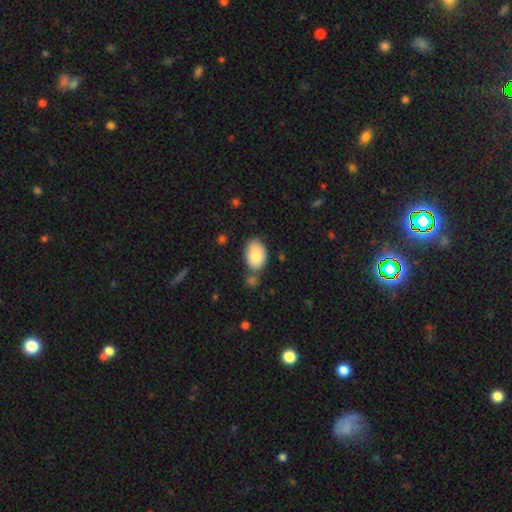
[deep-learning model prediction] Smooth or featured: smooth — 87% (featured or disk — 7%)
How rounded: in between — 91% (round — 8%)
Merging: none — 63% (minor disturbance — 19%)